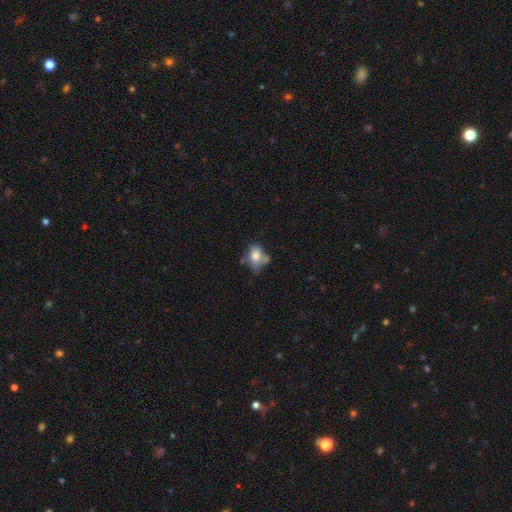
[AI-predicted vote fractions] Overall: smooth (75%). How rounded: in between (70%). Merging: none (40%; minor disturbance 27%).